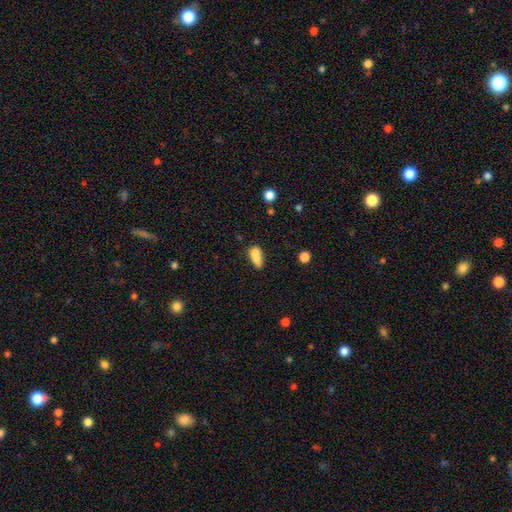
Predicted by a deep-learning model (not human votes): This appears to be a smooth galaxy with no disk features (77%) that is in between round and cigar-shaped (72%). Merging: none (37%).